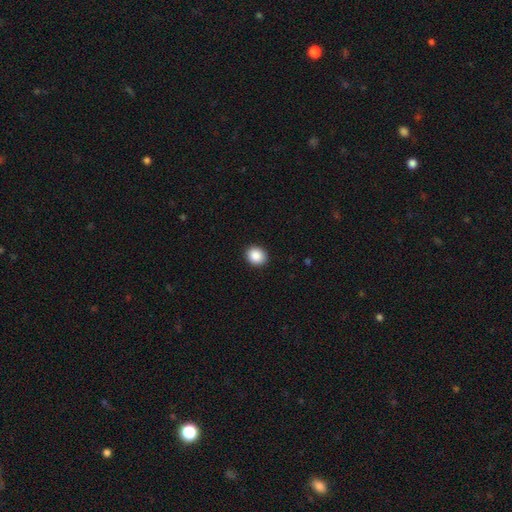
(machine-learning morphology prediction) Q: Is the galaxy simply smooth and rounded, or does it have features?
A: smooth — 89%.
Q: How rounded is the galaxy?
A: round — 67%.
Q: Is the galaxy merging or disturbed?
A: none — 91%.